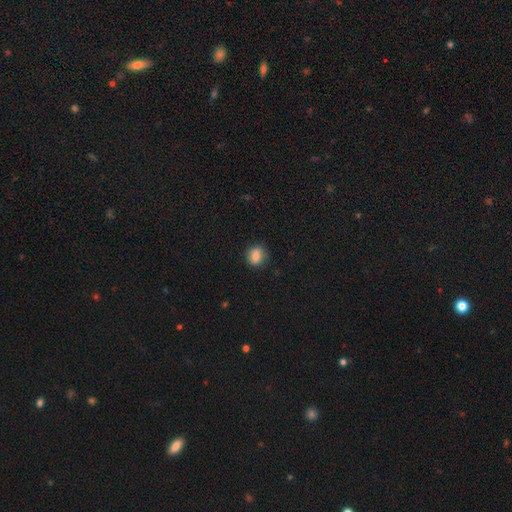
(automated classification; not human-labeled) Q: Smooth or featured?
A: smooth (81%); runner-up: featured or disk (10%)
Q: How rounded?
A: round (62%); runner-up: in between (36%)
Q: Merging?
A: none (81%); runner-up: minor disturbance (14%)